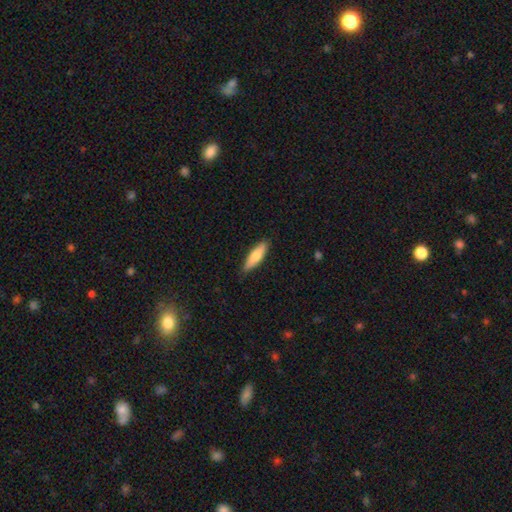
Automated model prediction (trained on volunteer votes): This appears to be a smooth galaxy with no disk features (76%) that is cigar-shaped (62%). Merging: none (85%).